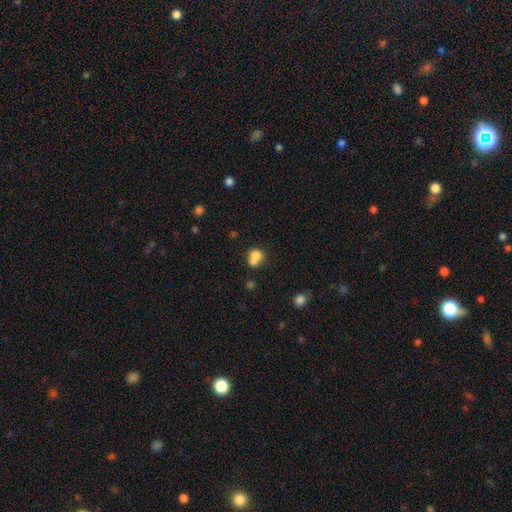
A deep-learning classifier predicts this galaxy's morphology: A smooth galaxy with no disk features (75%) that is round (70%). Merging: merger (54%).